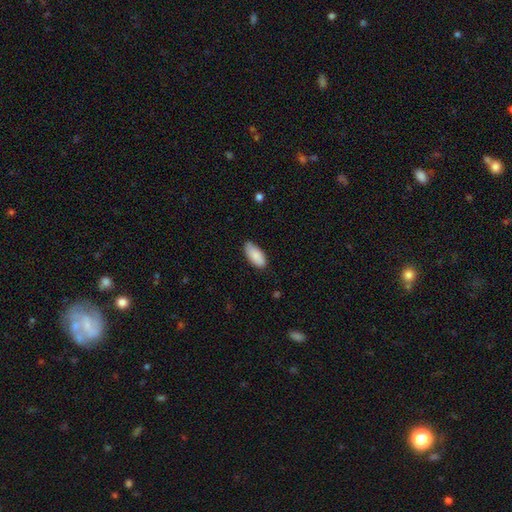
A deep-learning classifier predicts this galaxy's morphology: Smooth or featured?
  - smooth: 88% *
  - star or artifact: 6%
  - featured or disk: 6%
How rounded?
  - in between: 91% *
  - cigar-shaped: 8%
  - round: 2%
Merging?
  - none: 78% *
  - minor disturbance: 18%
  - major disturbance: 2%
  - merger: 1%